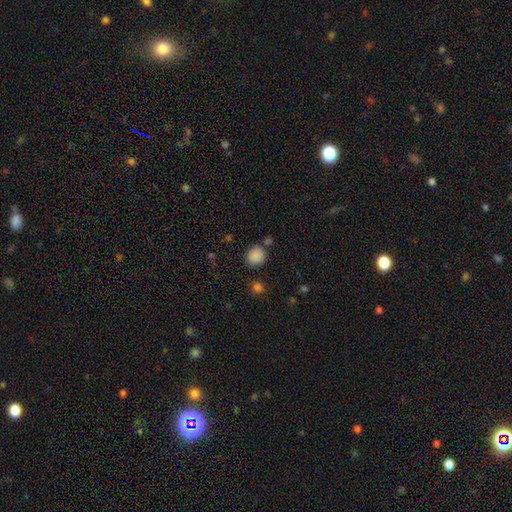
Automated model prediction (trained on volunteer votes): smooth_or_featured: smooth (p=0.86) [alt: star or artifact p=0.10]
how_rounded: round (p=0.85) [alt: in between p=0.14]
merging: none (p=0.79) [alt: minor disturbance p=0.11]